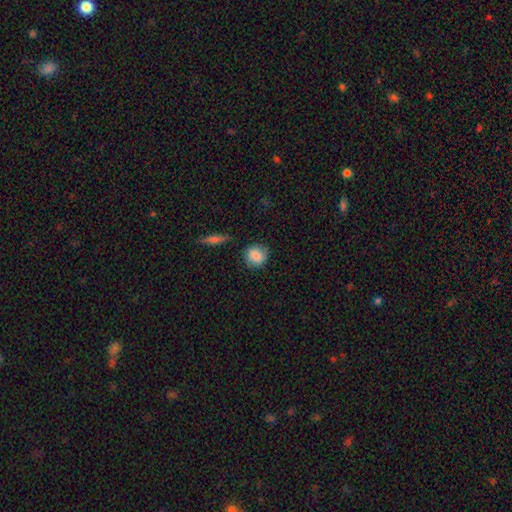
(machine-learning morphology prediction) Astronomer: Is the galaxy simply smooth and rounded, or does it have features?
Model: smooth — 85%.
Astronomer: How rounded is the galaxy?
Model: round — 85%.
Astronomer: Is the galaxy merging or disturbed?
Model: none — 81%.